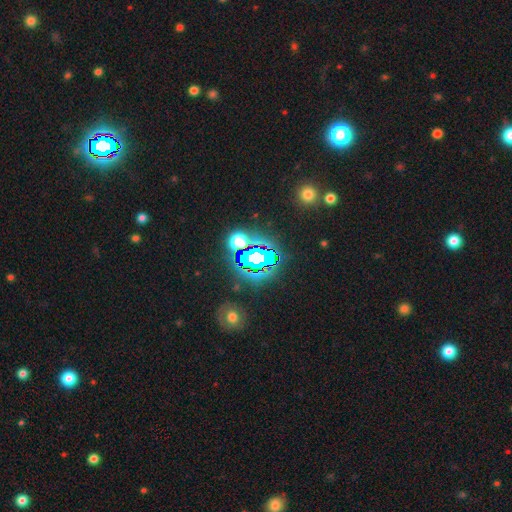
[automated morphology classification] Smooth or featured?
  - star or artifact: 71% *
  - smooth: 17%
  - featured or disk: 12%